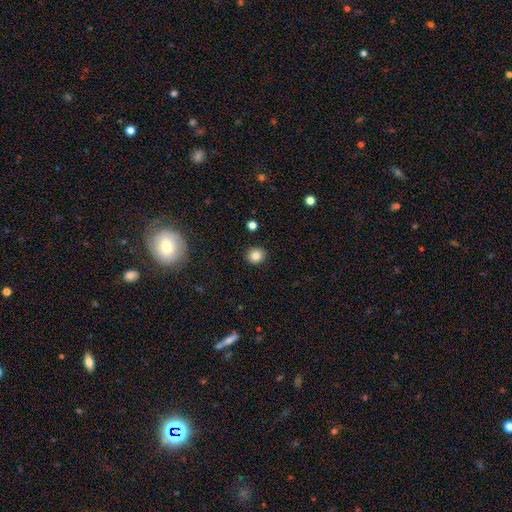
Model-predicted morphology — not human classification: Overall: smooth (83%). How rounded: round (84%). Merging: none (90%).